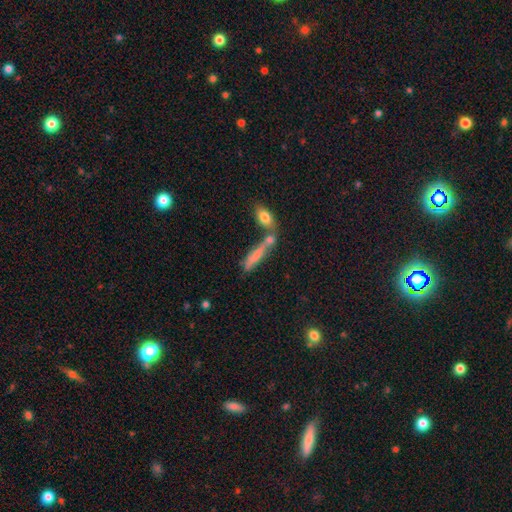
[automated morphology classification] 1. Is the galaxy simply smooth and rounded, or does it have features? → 69% smooth, 23% featured or disk, 8% star or artifact.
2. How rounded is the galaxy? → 74% cigar-shaped, 23% in between, 3% round.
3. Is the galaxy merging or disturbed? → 41% none, 39% merger, 13% minor disturbance, 7% major disturbance.